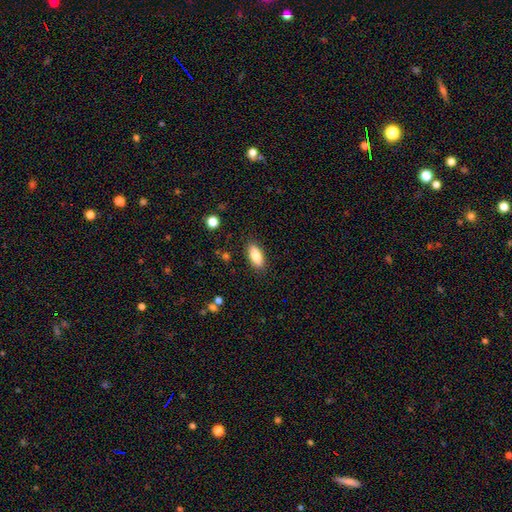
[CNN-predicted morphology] Smooth or featured?
  - smooth: 85% *
  - featured or disk: 8%
  - star or artifact: 7%
How rounded?
  - in between: 82% *
  - cigar-shaped: 16%
  - round: 3%
Merging?
  - none: 88% *
  - minor disturbance: 9%
  - major disturbance: 2%
  - merger: 1%